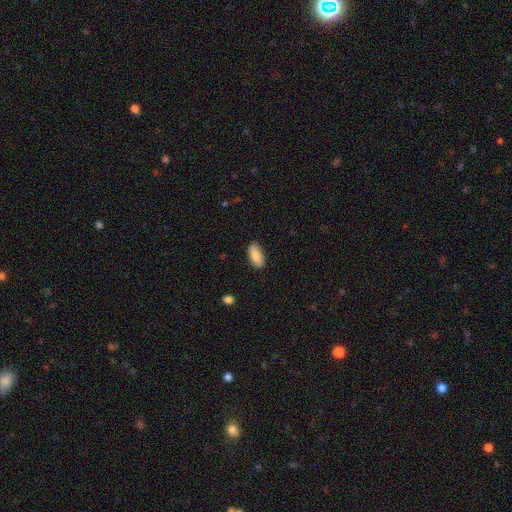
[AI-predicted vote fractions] A smooth galaxy with no disk features (85%) that is in between round and cigar-shaped (90%).

Vote fractions:
- Smooth or featured? smooth: 85% / featured or disk: 8% / star or artifact: 6%
- How rounded? in between: 90% / cigar-shaped: 8% / round: 2%
- Merging? none: 84% / minor disturbance: 12% / major disturbance: 2% / merger: 1%